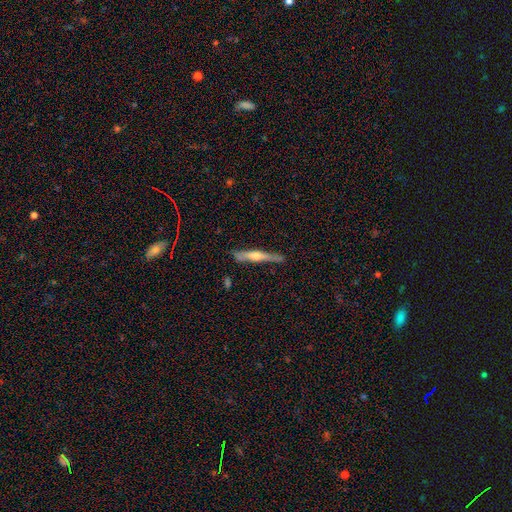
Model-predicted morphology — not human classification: This is likely a featured or disk galaxy (61%). It is clearly viewed edge-on (96%). Edge-on bulge: clearly rounded (85%). Merging: clearly none (81%).